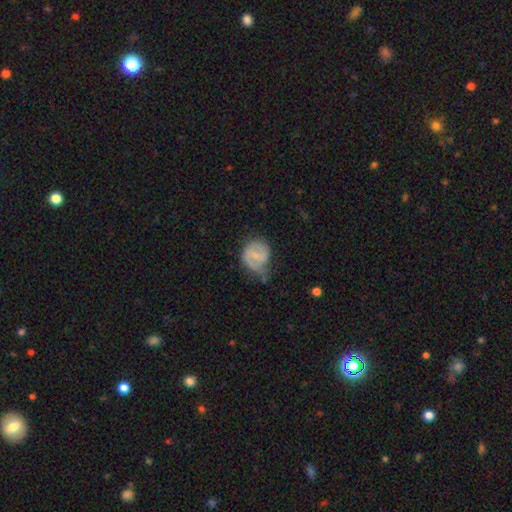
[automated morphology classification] Smooth or featured? featured or disk (50%)
Edge-on disk? no (97%)
Merging? none (39%)